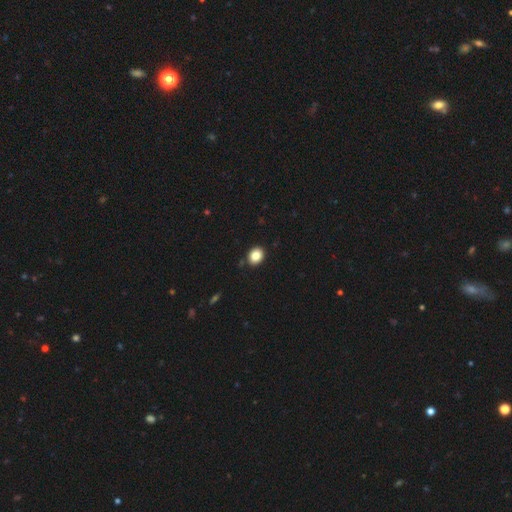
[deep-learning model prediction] Smooth or featured: smooth — 85% (star or artifact — 10%)
How rounded: round — 52% (in between — 47%)
Merging: none — 89% (minor disturbance — 8%)